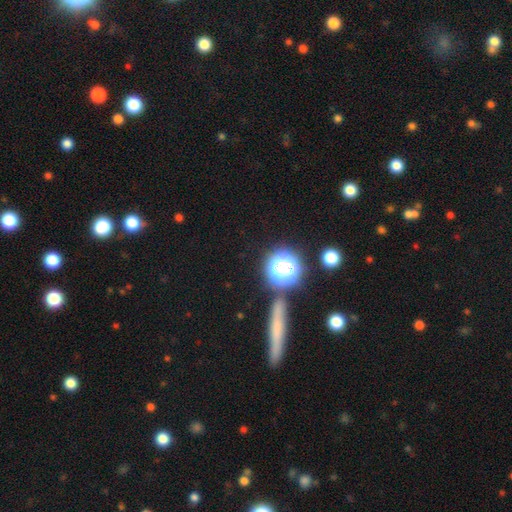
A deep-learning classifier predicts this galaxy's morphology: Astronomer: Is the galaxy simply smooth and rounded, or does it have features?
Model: star or artifact — 51% (runner-up: smooth, 33%).